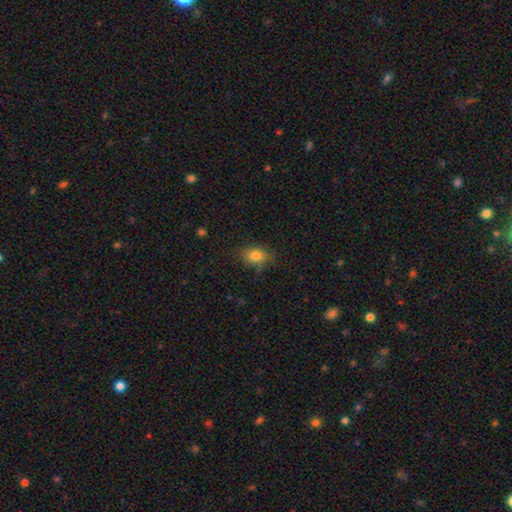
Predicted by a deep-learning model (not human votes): Q: Smooth or featured?
A: smooth (82%); runner-up: star or artifact (11%)
Q: How rounded?
A: in between (67%); runner-up: round (31%)
Q: Merging?
A: none (77%); runner-up: minor disturbance (17%)